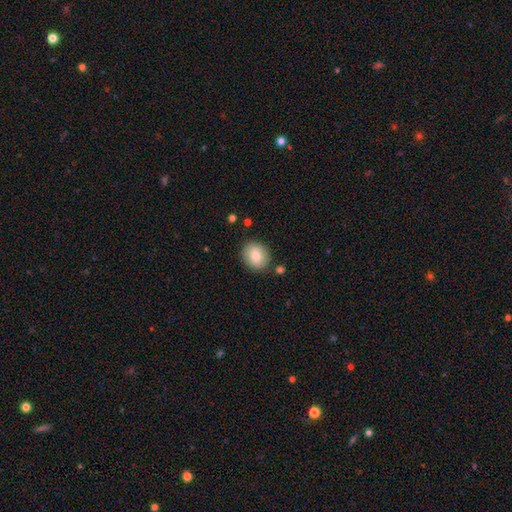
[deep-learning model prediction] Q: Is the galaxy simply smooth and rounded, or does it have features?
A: smooth — 84%.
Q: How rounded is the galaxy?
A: round — 65%.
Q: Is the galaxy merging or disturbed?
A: none — 85%.